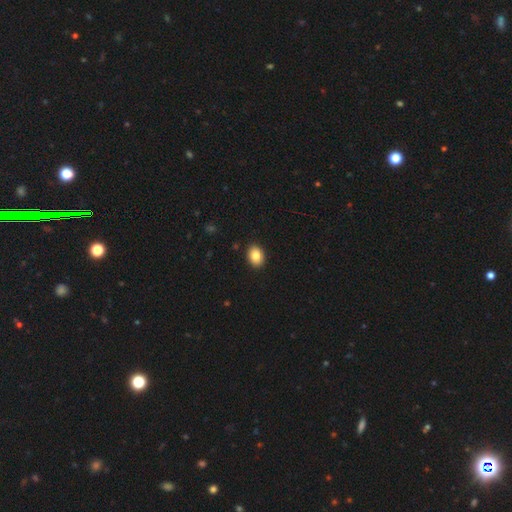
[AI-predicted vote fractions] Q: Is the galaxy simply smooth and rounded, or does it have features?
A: smooth — 86%.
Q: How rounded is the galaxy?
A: in between — 74%.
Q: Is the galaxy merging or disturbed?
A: none — 91%.